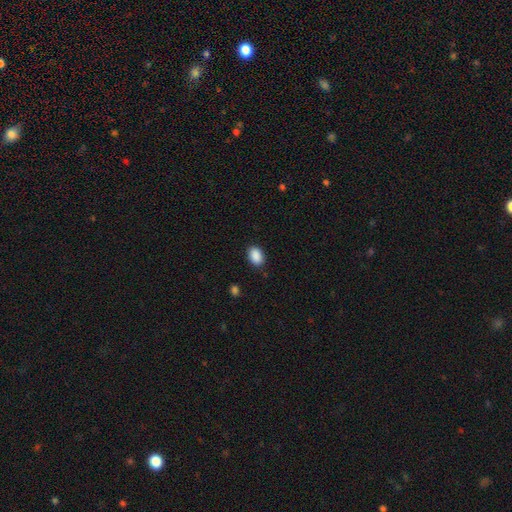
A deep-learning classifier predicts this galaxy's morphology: This appears to be a smooth galaxy with no disk features (90%) that is in between round and cigar-shaped (84%). Merging: none (88%).